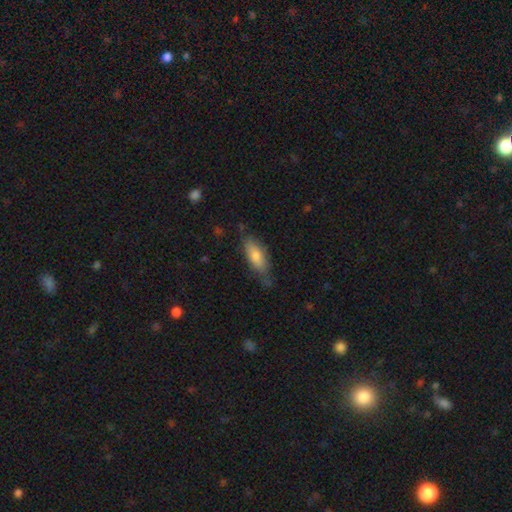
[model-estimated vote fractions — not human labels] A smooth galaxy with no disk features (70%) that is in between round and cigar-shaped (70%).

Vote fractions:
- Smooth or featured? smooth: 70% / featured or disk: 23% / star or artifact: 6%
- How rounded? in between: 70% / cigar-shaped: 28% / round: 2%
- Merging? none: 63% / minor disturbance: 27% / major disturbance: 7% / merger: 2%